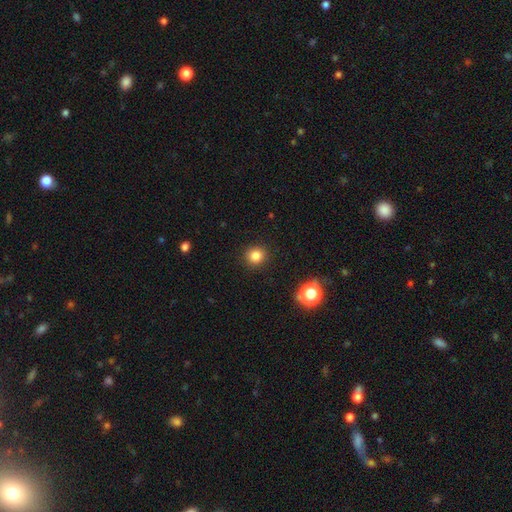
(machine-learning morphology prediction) Overall: smooth (82%). How rounded: round (90%). Merging: none (91%).